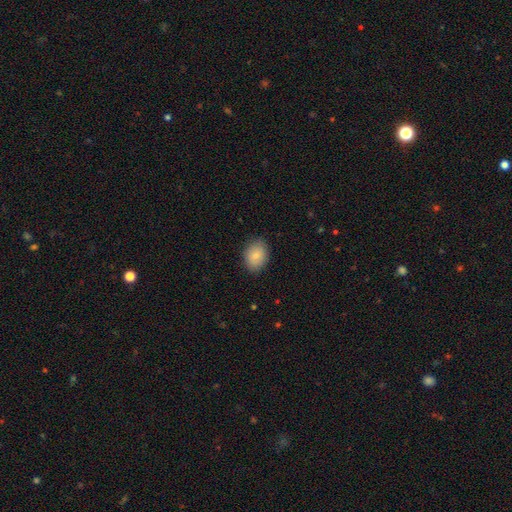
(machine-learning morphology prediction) The model was most divided on "how rounded": in between: 67%, round: 32%, cigar-shaped: 1%. More confident: merging — none (85%); smooth or featured — smooth (83%).